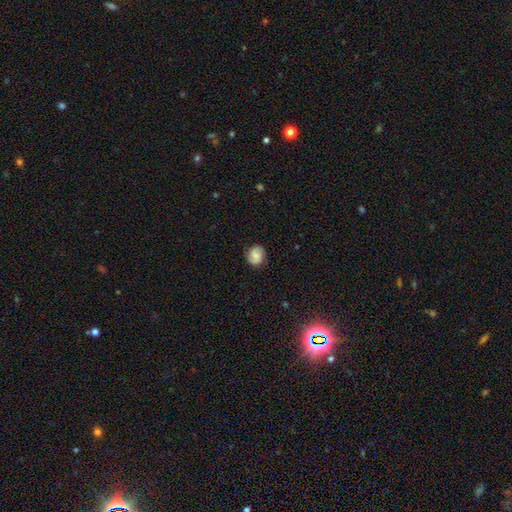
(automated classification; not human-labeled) This is possibly a smooth galaxy (54%). How rounded: likely round (74%). Merging: clearly none (81%).